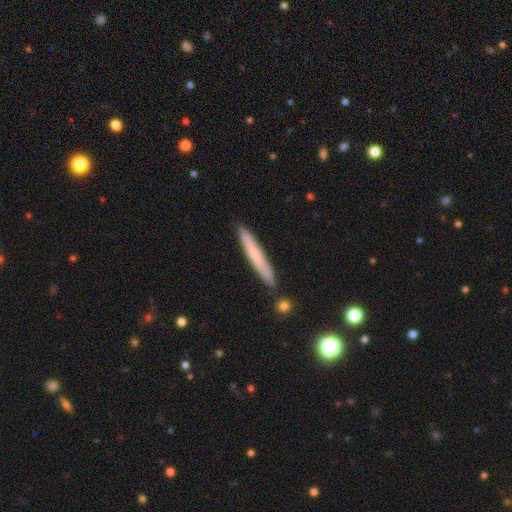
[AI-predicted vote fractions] Smooth or featured?
  - smooth: 63% *
  - featured or disk: 31%
  - star or artifact: 6%
How rounded?
  - cigar-shaped: 96% *
  - in between: 3%
  - round: 1%
Merging?
  - none: 86% *
  - minor disturbance: 10%
  - merger: 3%
  - major disturbance: 2%